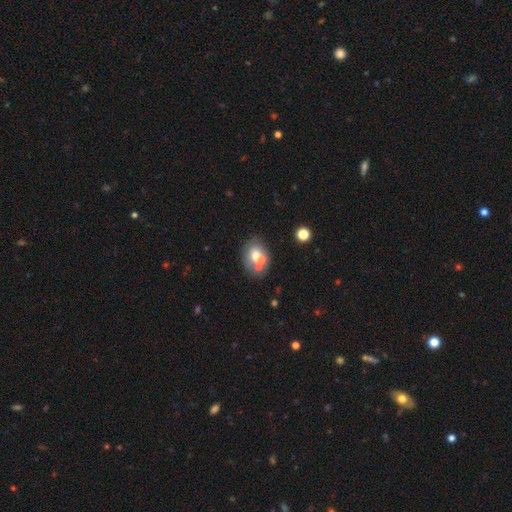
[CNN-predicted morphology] Q: Smooth or featured?
A: smooth (59%); runner-up: featured or disk (30%)
Q: How rounded?
A: in between (60%); runner-up: round (38%)
Q: Merging?
A: none (44%); runner-up: merger (38%)